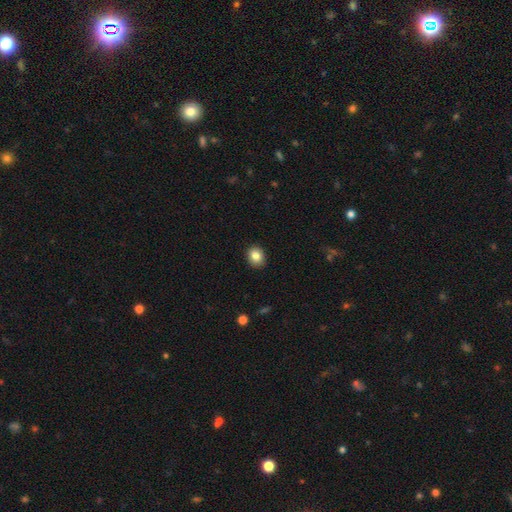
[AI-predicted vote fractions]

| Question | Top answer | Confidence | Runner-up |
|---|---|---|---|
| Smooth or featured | smooth | 84% | star or artifact (10%) |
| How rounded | round | 69% | in between (30%) |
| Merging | none | 91% | minor disturbance (7%) |